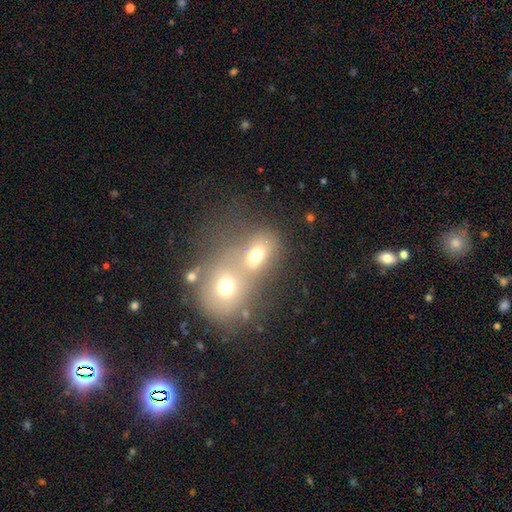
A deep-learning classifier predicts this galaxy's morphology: This appears to be a smooth galaxy with no disk features (68%) that is round (50%). Merging: merger (62%).